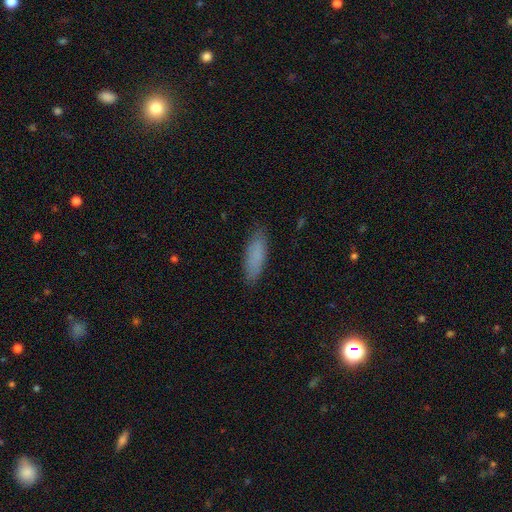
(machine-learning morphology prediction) smooth-or-featured: smooth: 84% | featured or disk: 9% | star or artifact: 7%
  how-rounded: in between: 51% | cigar-shaped: 47% | round: 2%
  merging: none: 86% | minor disturbance: 11% | major disturbance: 2% | merger: 1%